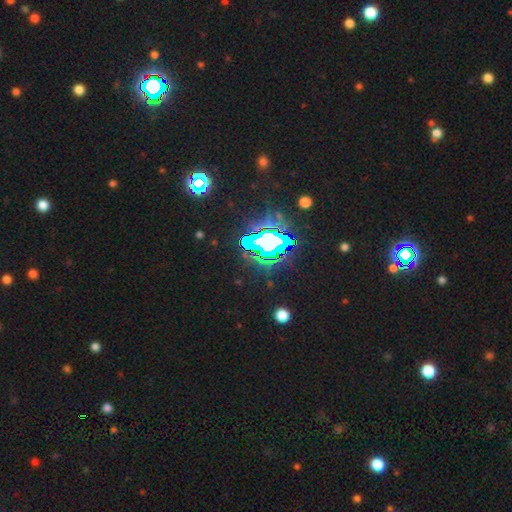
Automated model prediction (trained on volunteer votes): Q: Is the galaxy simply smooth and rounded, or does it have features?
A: star or artifact — 84%.